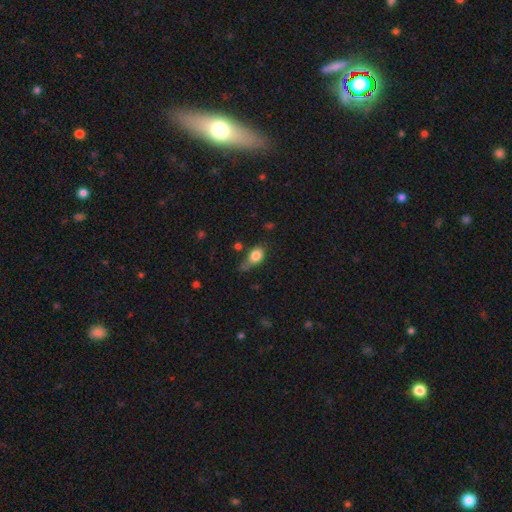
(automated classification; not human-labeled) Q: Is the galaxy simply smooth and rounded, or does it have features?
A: smooth — 79%.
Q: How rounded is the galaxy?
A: in between — 64%.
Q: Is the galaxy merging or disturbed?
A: minor disturbance — 35%.